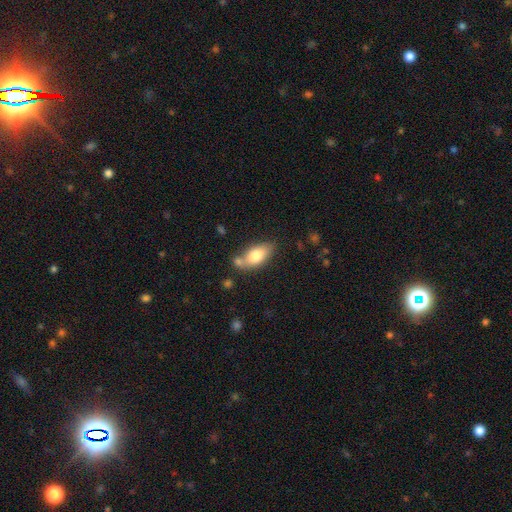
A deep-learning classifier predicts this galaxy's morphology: Overall: smooth (77%). How rounded: in between (89%). Merging: none (59%).